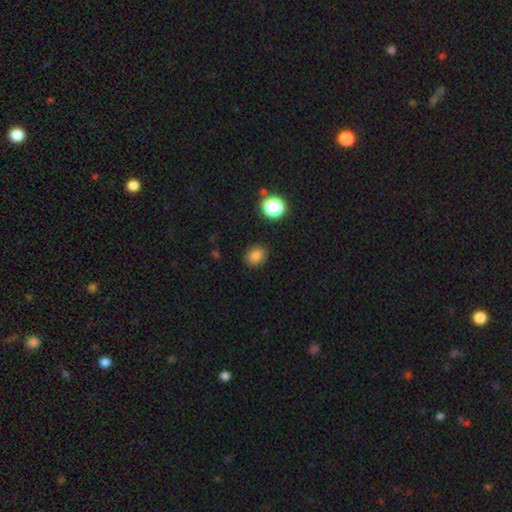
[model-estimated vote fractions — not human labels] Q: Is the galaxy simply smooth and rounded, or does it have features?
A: smooth — 82%.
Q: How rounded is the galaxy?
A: round — 56%.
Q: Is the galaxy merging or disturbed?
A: none — 85%.